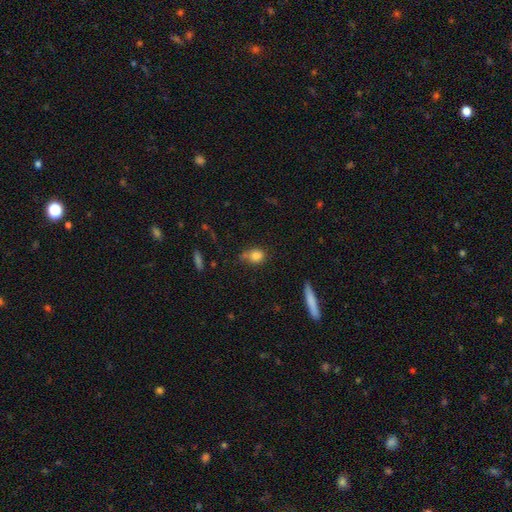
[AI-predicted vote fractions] Smooth or featured? smooth (82%)
How rounded? round (52%)
Merging? none (56%)